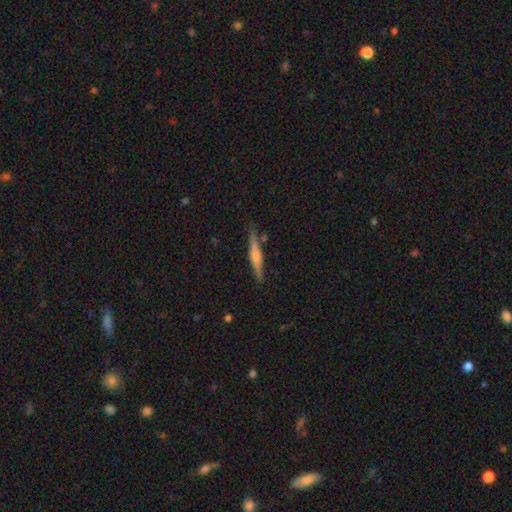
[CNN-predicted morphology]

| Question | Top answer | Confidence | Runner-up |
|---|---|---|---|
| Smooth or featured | featured or disk | 53% | smooth (41%) |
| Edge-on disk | yes | 97% | no (3%) |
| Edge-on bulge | rounded | 55% | boxy (25%) |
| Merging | none | 83% | minor disturbance (11%) |